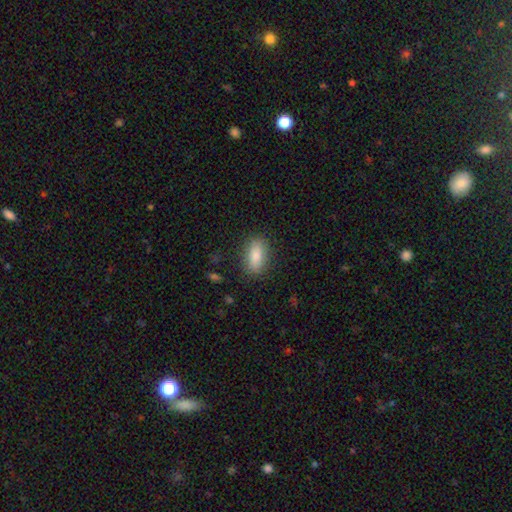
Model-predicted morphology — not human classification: type=smooth (84%); roundness=in between (85%); merging=none (84%).